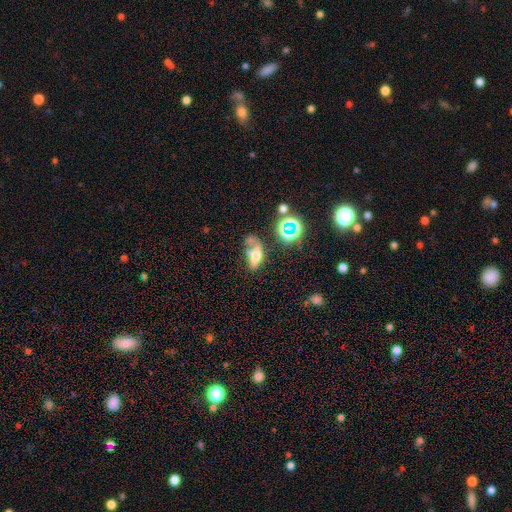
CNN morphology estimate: type=smooth (50%); roundness=in between (71%); merging=none (30%).